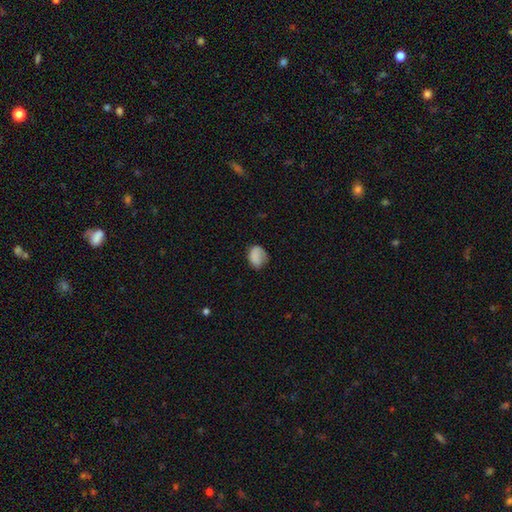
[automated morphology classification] Overall: smooth (79%). How rounded: in between (55%; round 44%). Merging: none (56%; minor disturbance 29%).